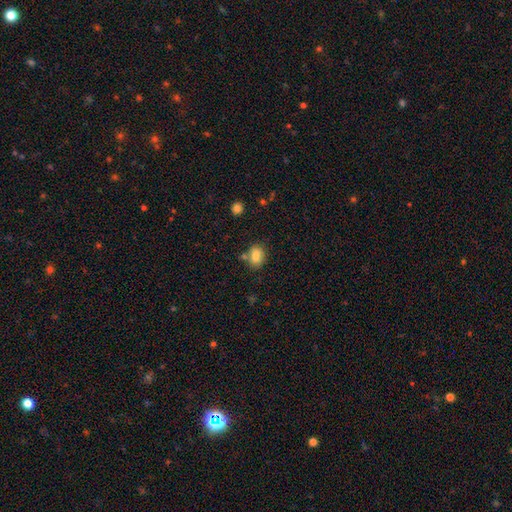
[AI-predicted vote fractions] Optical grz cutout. It shows a smooth galaxy with no disk features (83%) that is in between round and cigar-shaped (65%). Merging: none (72%).